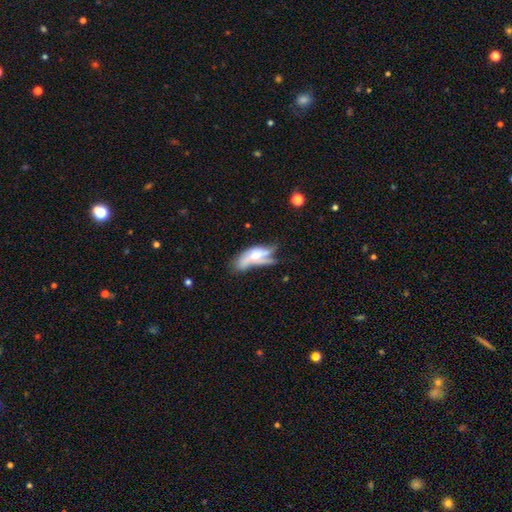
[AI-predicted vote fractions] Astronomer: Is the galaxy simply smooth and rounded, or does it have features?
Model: smooth — 46%, tied with featured or disk at 46%.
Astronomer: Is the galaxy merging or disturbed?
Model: major disturbance — 27%, tied with none and merger at 27%.